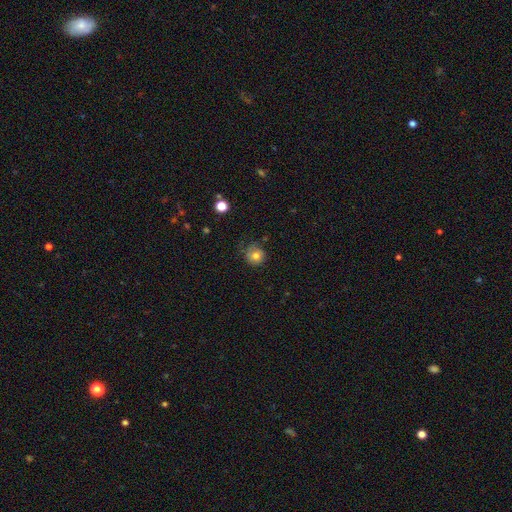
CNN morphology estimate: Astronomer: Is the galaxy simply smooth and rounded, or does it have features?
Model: smooth — 76%.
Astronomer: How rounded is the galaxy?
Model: round — 89%.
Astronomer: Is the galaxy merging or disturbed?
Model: none — 67%.